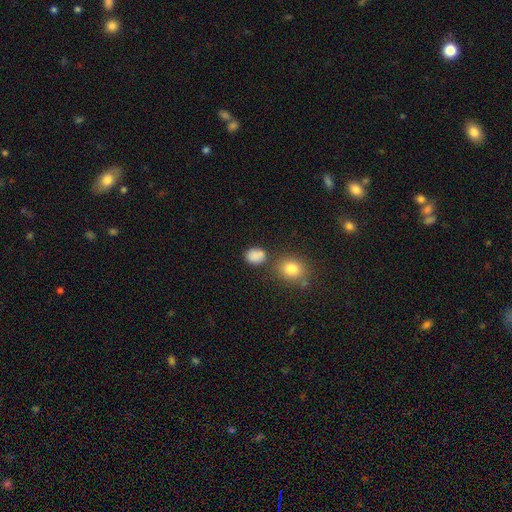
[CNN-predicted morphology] This appears to be a smooth galaxy with no disk features (85%) that is in between round and cigar-shaped (59%). Merging: none (67%).